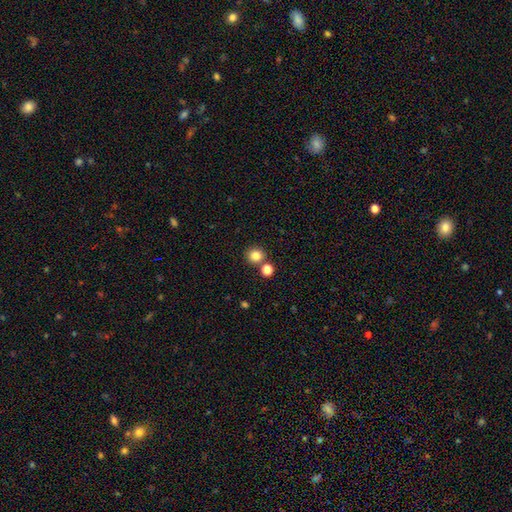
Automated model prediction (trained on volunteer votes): Smooth or featured: smooth — 82% (star or artifact — 13%)
How rounded: round — 90% (in between — 9%)
Merging: none — 78% (merger — 13%)